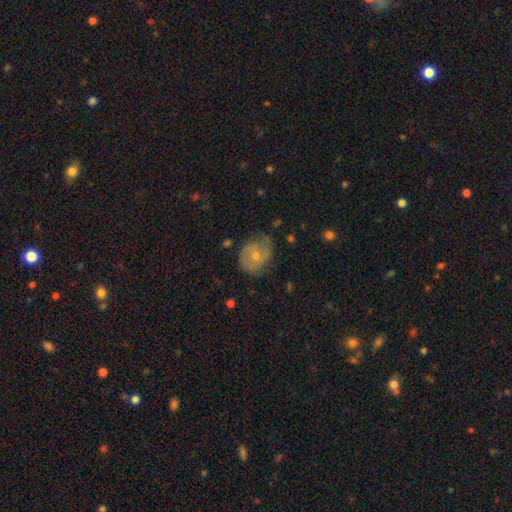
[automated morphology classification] The model was most divided on "bulge size": small: 54%, moderate: 42%, none: 2%, large: 1%, dominant: 1%. More confident: edge-on disk — no (96%); spiral arms — yes (82%); bar — no (75%); merging — none (63%); smooth or featured — featured or disk (60%).